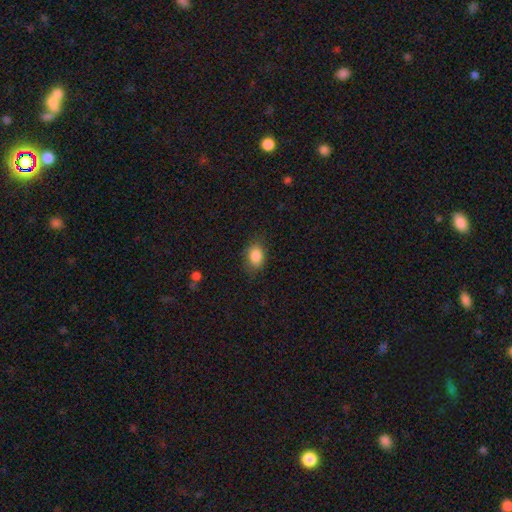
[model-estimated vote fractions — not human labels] smooth-or-featured: smooth: 86% | star or artifact: 9% | featured or disk: 5%
  how-rounded: in between: 72% | round: 27% | cigar-shaped: 1%
  merging: none: 79% | minor disturbance: 16% | major disturbance: 4% | merger: 1%